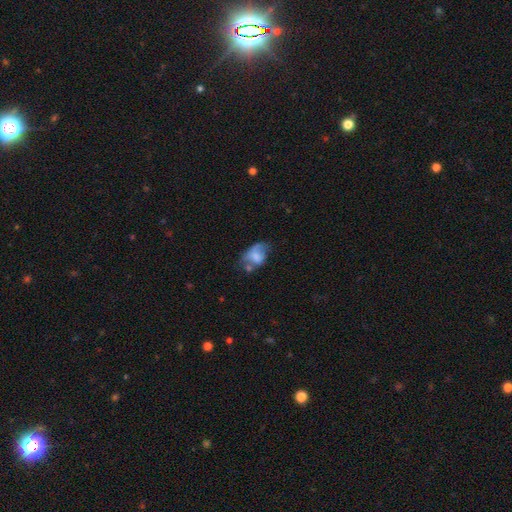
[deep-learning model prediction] smooth_or_featured: smooth (p=0.58) [alt: featured or disk p=0.32]
how_rounded: in between (p=0.81) [alt: round p=0.18]
merging: none (p=0.29) [tied with: minor disturbance p=0.29]